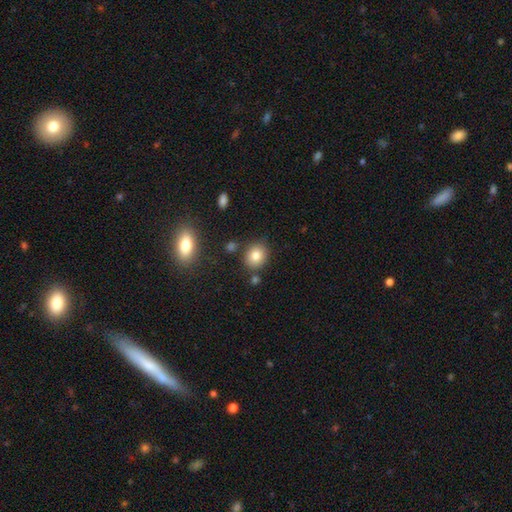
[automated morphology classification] Smooth or featured? smooth (82%)
How rounded? round (67%)
Merging? none (80%)